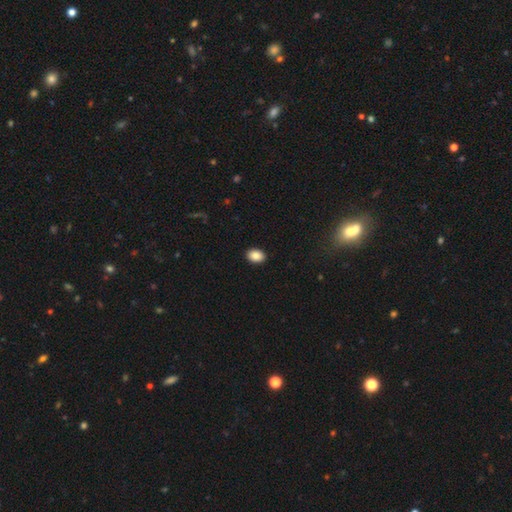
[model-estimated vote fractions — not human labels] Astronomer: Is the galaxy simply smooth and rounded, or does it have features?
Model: smooth — 88%.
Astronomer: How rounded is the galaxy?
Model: in between — 76%.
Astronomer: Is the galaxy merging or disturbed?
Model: none — 91%.